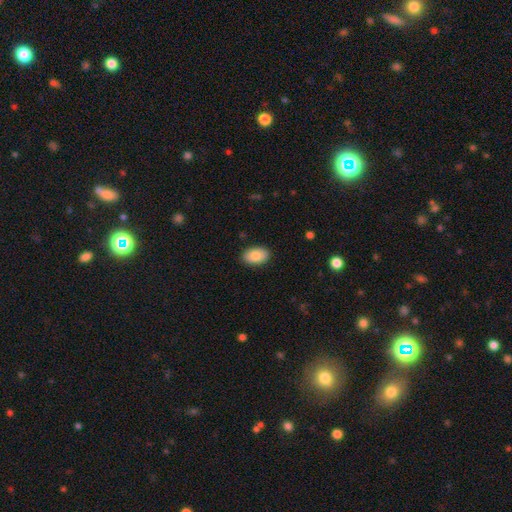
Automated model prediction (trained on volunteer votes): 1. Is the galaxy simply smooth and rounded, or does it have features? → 84% smooth, 9% featured or disk, 7% star or artifact.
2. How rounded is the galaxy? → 92% in between, 7% round, 1% cigar-shaped.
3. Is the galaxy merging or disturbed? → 89% none, 8% minor disturbance, 2% major disturbance, 1% merger.